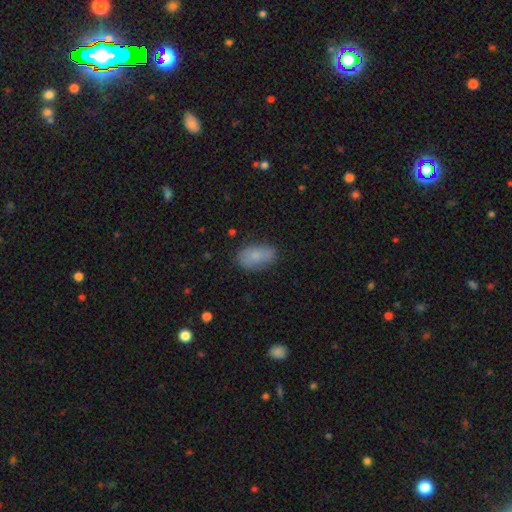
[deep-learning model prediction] Smooth or featured?
  - smooth: 80% *
  - featured or disk: 12%
  - star or artifact: 8%
How rounded?
  - in between: 91% *
  - round: 6%
  - cigar-shaped: 3%
Merging?
  - none: 76% *
  - minor disturbance: 18%
  - major disturbance: 4%
  - merger: 2%